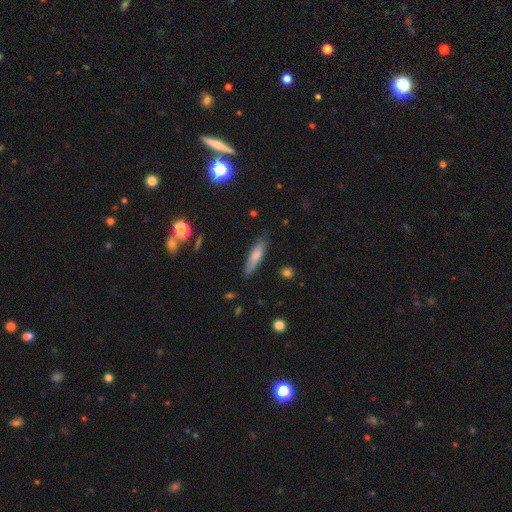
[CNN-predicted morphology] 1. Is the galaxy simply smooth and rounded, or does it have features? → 73% smooth, 20% featured or disk, 7% star or artifact.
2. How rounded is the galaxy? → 74% cigar-shaped, 24% in between, 2% round.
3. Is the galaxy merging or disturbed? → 78% none, 17% minor disturbance, 3% major disturbance, 2% merger.